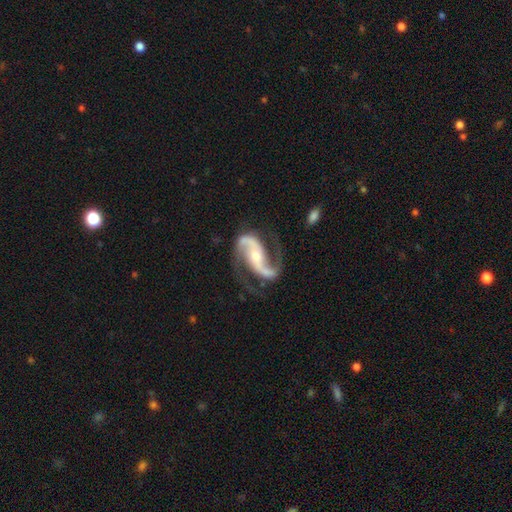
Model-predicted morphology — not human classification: A featured or disk galaxy (92%) with no bar (38%), 2 (93%) medium (47%) spiral arms (98%) and a moderate central bulge (47%, tied with small). Merging: none (70%).